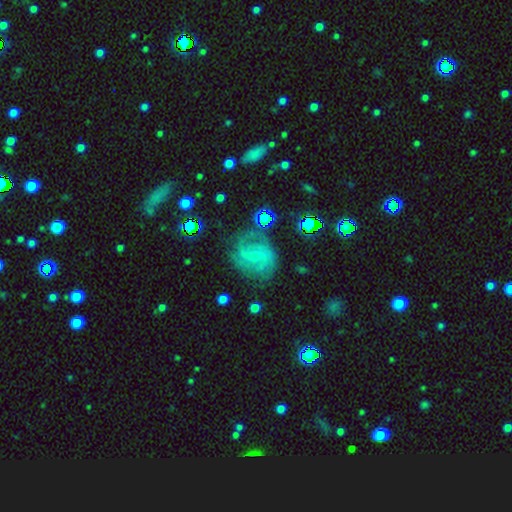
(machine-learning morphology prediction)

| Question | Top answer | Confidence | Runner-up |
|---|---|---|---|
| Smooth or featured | featured or disk | 76% | star or artifact (12%) |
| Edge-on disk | no | 97% | yes (3%) |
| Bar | weak | 51% | no (31%) |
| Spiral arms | yes | 93% | no (7%) |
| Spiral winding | medium | 47% | tight (35%) |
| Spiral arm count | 2 | 48% | can't tell (24%) |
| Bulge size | small | 75% | moderate (19%) |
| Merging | none | 68% | minor disturbance (18%) |